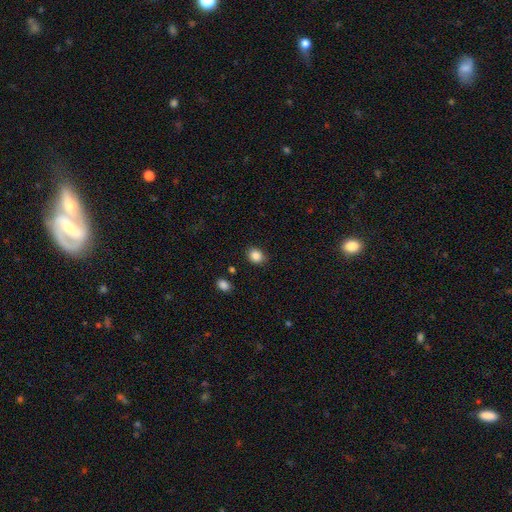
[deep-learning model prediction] Smooth or featured: smooth — 87% (star or artifact — 9%)
How rounded: round — 54% (in between — 45%)
Merging: none — 86% (minor disturbance — 9%)